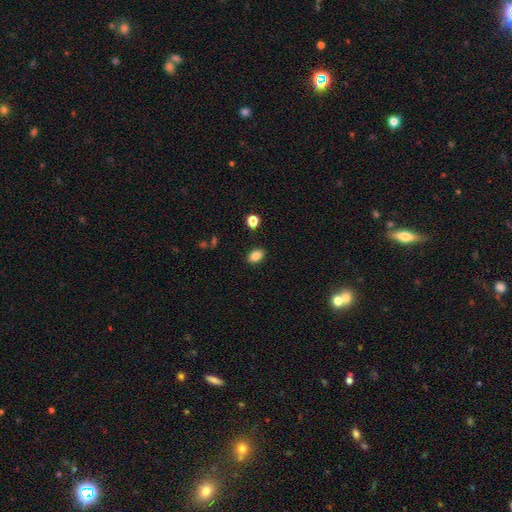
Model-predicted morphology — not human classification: This is clearly a smooth galaxy (85%). How rounded: clearly in between (82%). Merging: clearly none (88%).